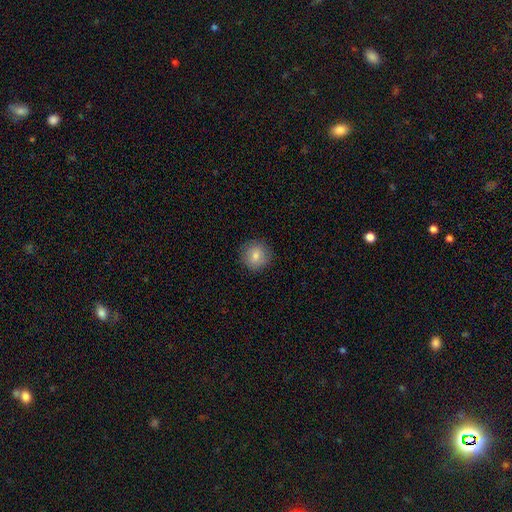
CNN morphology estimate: Smooth or featured? Predicted: smooth (p=0.81). How rounded? Predicted: round (p=0.92). Merging? Predicted: none (p=0.88).